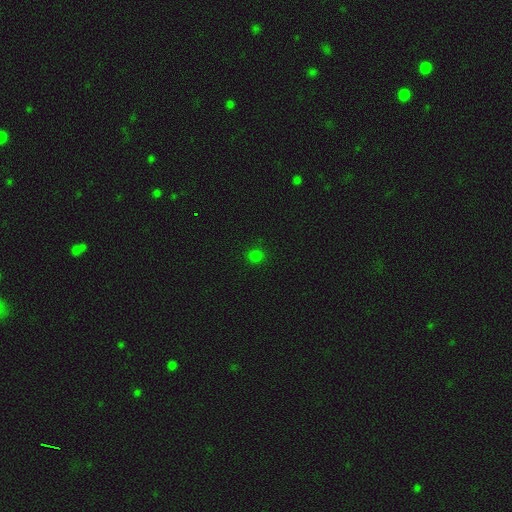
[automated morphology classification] A smooth galaxy with no disk features (78%) that is round (91%).

Vote fractions:
- Smooth or featured? smooth: 78% / star or artifact: 19% / featured or disk: 3%
- How rounded? round: 91% / in between: 8% / cigar-shaped: 1%
- Merging? none: 90% / minor disturbance: 6% / major disturbance: 2% / merger: 1%